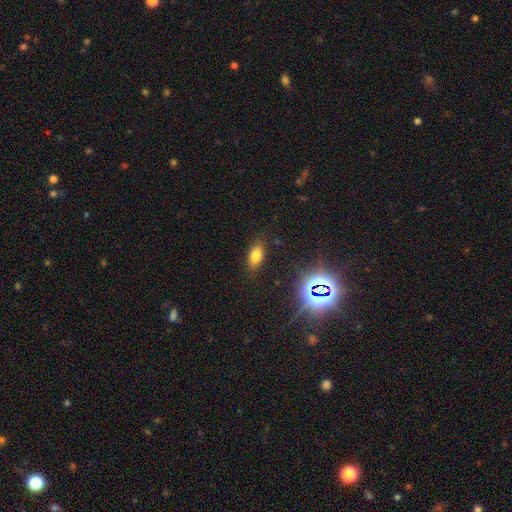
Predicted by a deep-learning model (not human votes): A smooth galaxy with no disk features (74%) that is in between round and cigar-shaped (87%). Merging: none (84%).